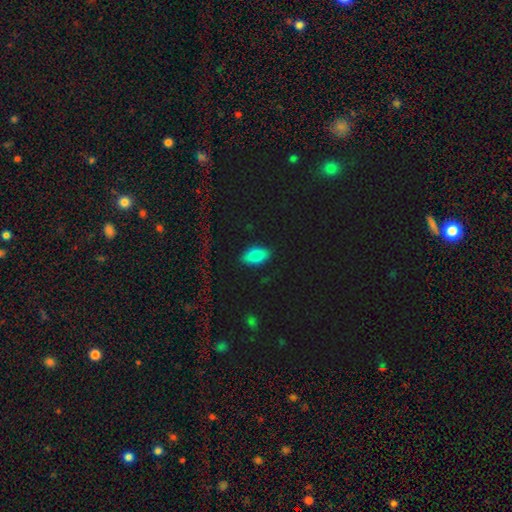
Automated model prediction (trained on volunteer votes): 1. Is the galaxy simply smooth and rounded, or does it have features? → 82% smooth, 10% star or artifact, 9% featured or disk.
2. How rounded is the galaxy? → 91% in between, 5% cigar-shaped, 4% round.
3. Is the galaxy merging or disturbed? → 87% none, 10% minor disturbance, 2% major disturbance, 1% merger.